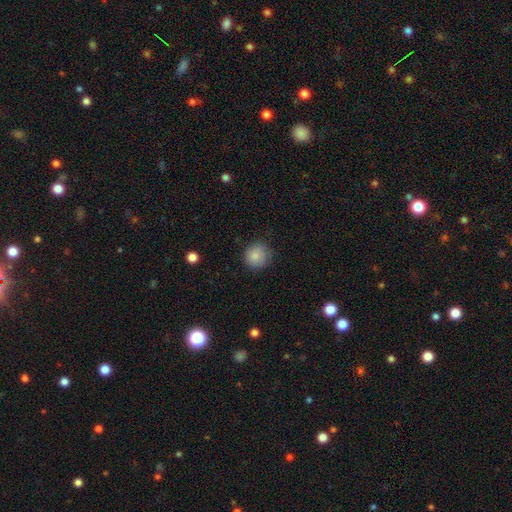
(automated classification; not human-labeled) smooth 85%, star or artifact 9%, featured or disk 6%. Down the decision tree: how rounded — round (89%); merging — none (81%).